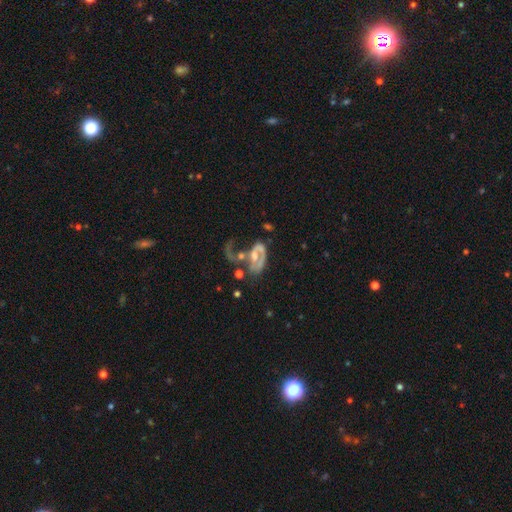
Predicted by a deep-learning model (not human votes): Overall: featured or disk (71%). Edge-on disk: no (96%). Bar: no (62%; weak 28%). Spiral arms: yes (64%; no 36%). Bulge size: moderate (47%; small 25%). Merging: merger (38%; major disturbance 37%).